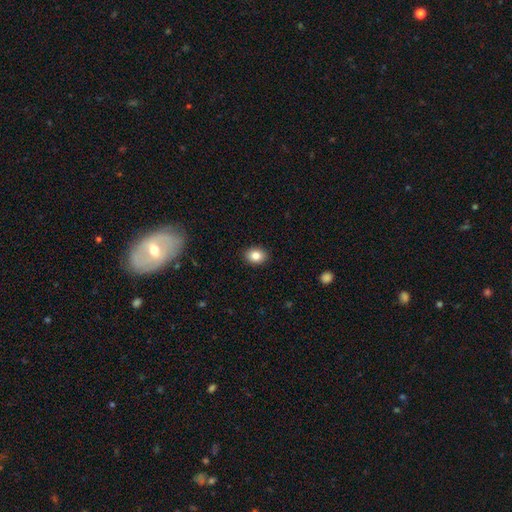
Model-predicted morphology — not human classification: Smooth or featured?
  - smooth: 84% *
  - star or artifact: 9%
  - featured or disk: 6%
How rounded?
  - in between: 57% *
  - round: 42%
  - cigar-shaped: 1%
Merging?
  - none: 91% *
  - minor disturbance: 7%
  - major disturbance: 2%
  - merger: 1%